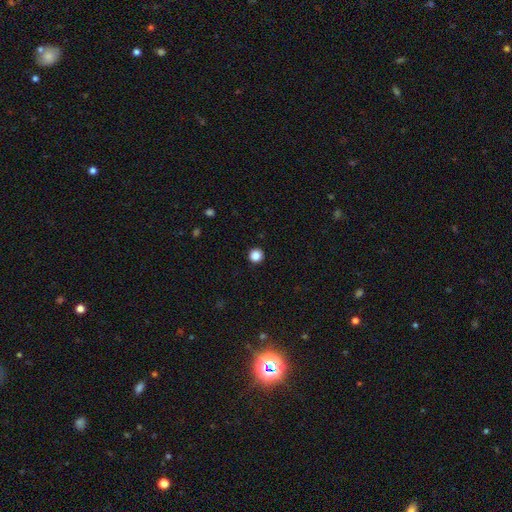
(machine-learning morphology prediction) Smooth or featured: smooth — 86% (star or artifact — 11%)
How rounded: round — 95% (in between — 4%)
Merging: none — 93% (minor disturbance — 4%)